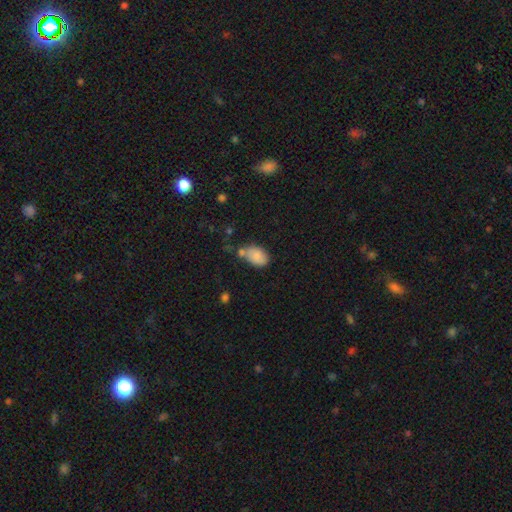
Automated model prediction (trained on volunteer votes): Morphology: type=smooth (83%); roundness=in between (86%); merging=none (51%).